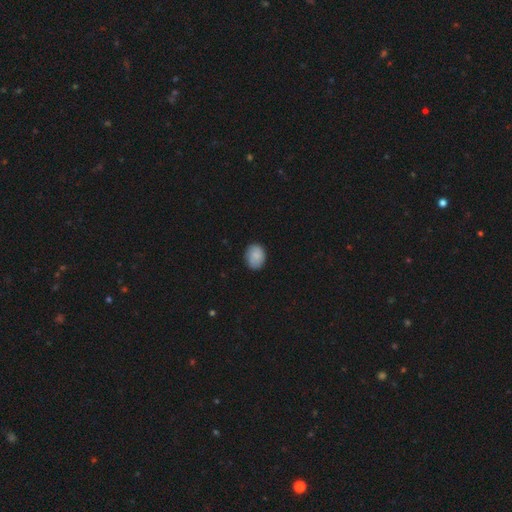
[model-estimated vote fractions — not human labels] Smooth or featured: smooth — 86% (star or artifact — 7%)
How rounded: in between — 63% (round — 36%)
Merging: none — 84% (minor disturbance — 13%)